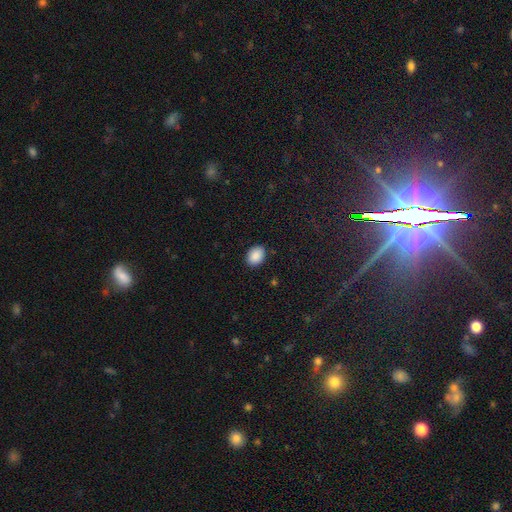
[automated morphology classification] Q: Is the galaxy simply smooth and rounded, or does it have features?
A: smooth — 89%.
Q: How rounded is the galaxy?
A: in between — 69%.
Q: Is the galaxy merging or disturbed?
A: none — 88%.